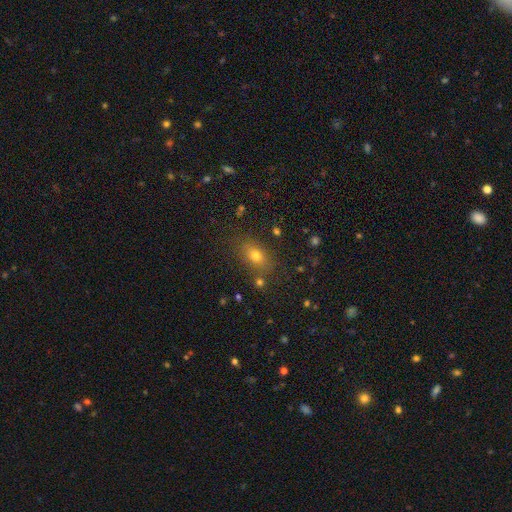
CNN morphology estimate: smooth 71%, star or artifact 17%, featured or disk 12%. Down the decision tree: how rounded — in between (73%); merging — none (79%).